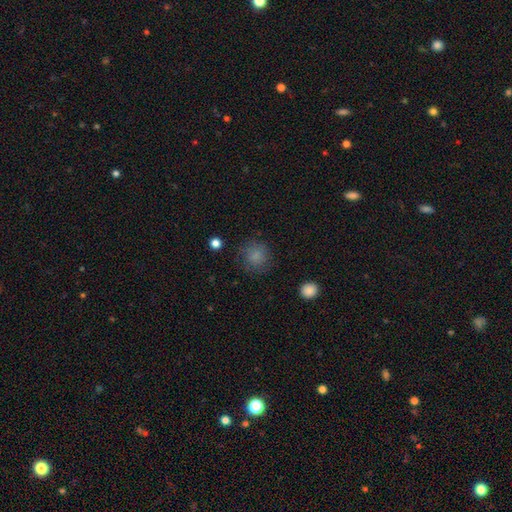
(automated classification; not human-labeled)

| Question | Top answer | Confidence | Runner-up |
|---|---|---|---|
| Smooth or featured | smooth | 84% | star or artifact (10%) |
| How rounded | round | 90% | in between (9%) |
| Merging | none | 79% | minor disturbance (13%) |